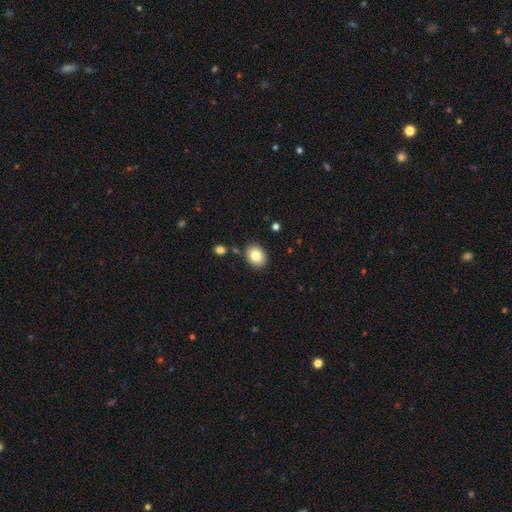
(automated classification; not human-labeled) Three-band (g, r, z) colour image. It shows a smooth galaxy with no disk features (82%) that is in between round and cigar-shaped (57%). Merging: none (86%).